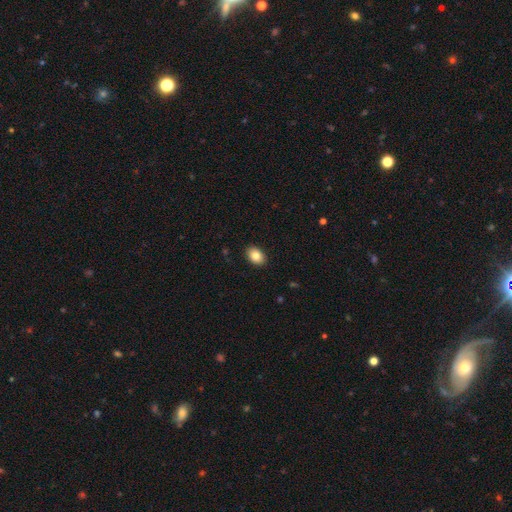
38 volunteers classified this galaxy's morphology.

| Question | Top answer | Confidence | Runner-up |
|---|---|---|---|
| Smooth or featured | smooth | 82% | featured or disk (11%) |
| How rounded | in between | 94% | round (6%) |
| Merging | none | 86% | minor disturbance (14%) |